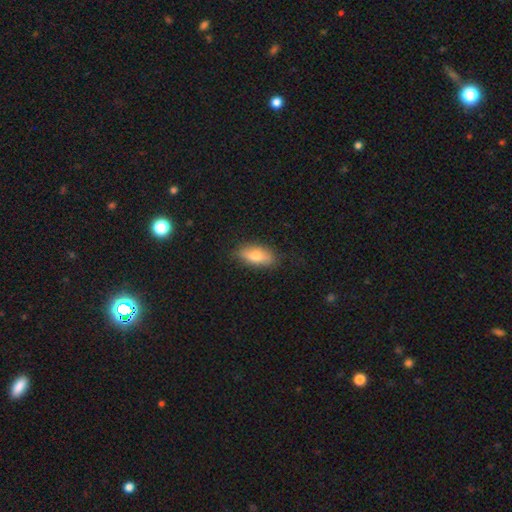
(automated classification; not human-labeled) smooth 74%, featured or disk 19%, star or artifact 7%. Down the decision tree: how rounded — in between (84%); merging — none (81%).